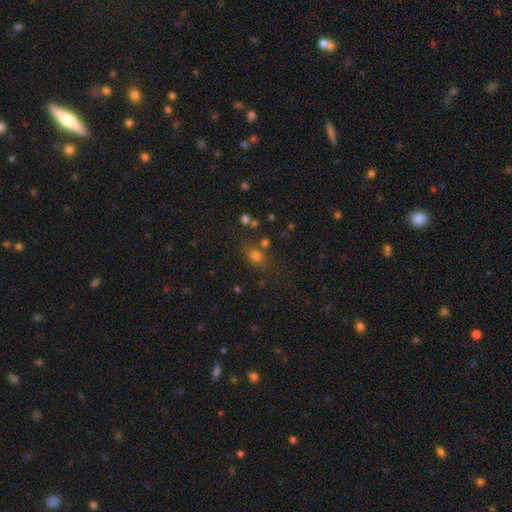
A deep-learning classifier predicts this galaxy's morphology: Smooth or featured? Predicted: smooth (p=0.70). How rounded? Predicted: in between (p=0.63). Merging? Predicted: none (p=0.68).